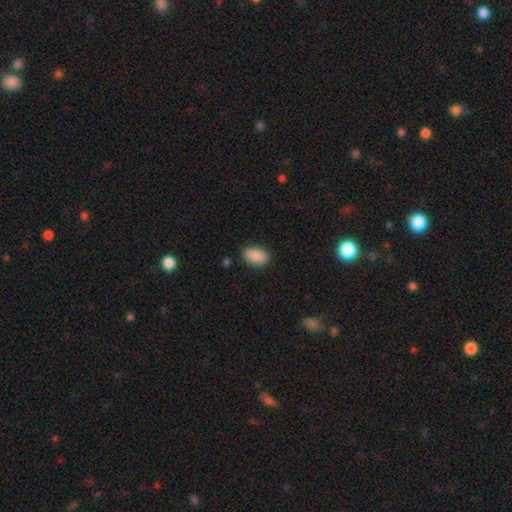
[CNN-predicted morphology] Smooth or featured?
  - smooth: 89% *
  - star or artifact: 7%
  - featured or disk: 4%
How rounded?
  - in between: 92% *
  - round: 6%
  - cigar-shaped: 2%
Merging?
  - none: 87% *
  - minor disturbance: 10%
  - major disturbance: 2%
  - merger: 1%